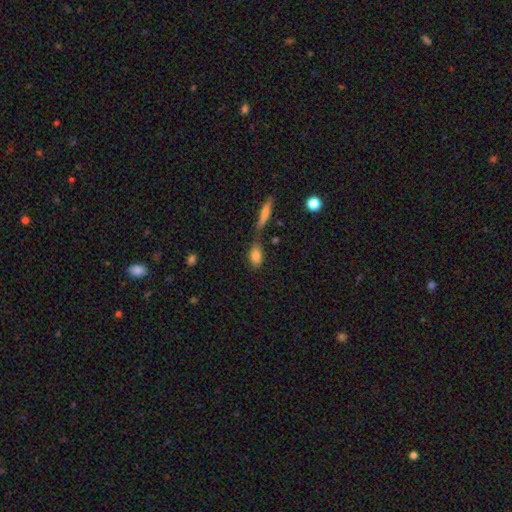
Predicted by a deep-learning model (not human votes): Smooth or featured: smooth — 82% (featured or disk — 9%)
How rounded: in between — 85% (cigar-shaped — 9%)
Merging: none — 57% (merger — 20%)